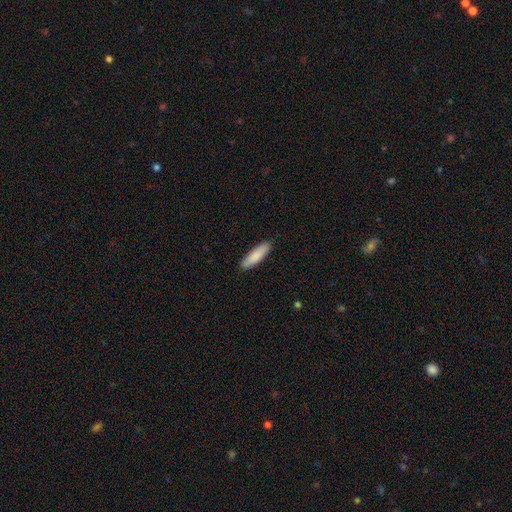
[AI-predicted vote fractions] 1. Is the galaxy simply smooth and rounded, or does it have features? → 85% smooth, 9% featured or disk, 5% star or artifact.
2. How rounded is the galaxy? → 65% cigar-shaped, 34% in between, 1% round.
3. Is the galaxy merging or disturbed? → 86% none, 11% minor disturbance, 2% major disturbance, 1% merger.